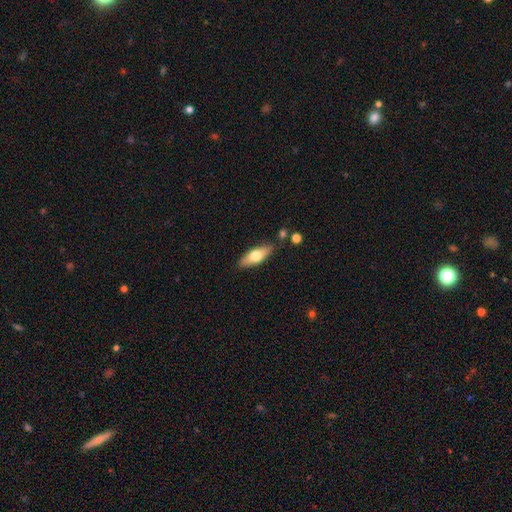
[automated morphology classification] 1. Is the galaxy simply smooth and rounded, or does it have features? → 62% smooth, 32% featured or disk, 6% star or artifact.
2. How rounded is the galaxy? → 66% in between, 31% cigar-shaped, 3% round.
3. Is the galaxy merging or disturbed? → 82% none, 12% minor disturbance, 4% merger, 2% major disturbance.